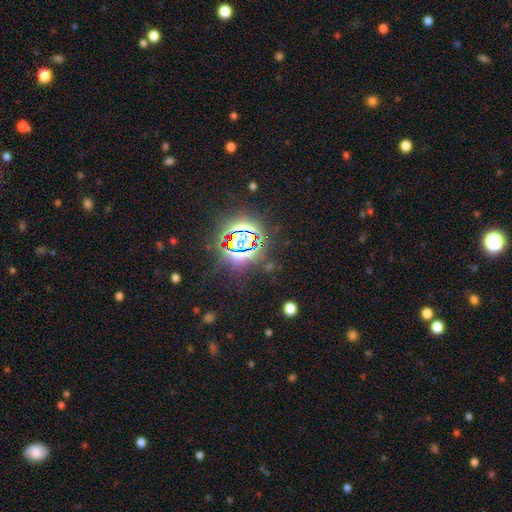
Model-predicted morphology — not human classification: Q: Smooth or featured?
A: star or artifact (85%); runner-up: smooth (9%)